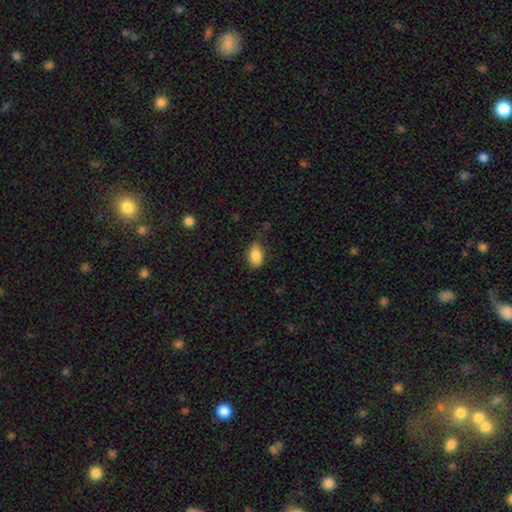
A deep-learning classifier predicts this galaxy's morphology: The model was most divided on "merging": none: 69%, minor disturbance: 25%, major disturbance: 5%, merger: 2%. More confident: smooth or featured — smooth (86%); how rounded — in between (86%).